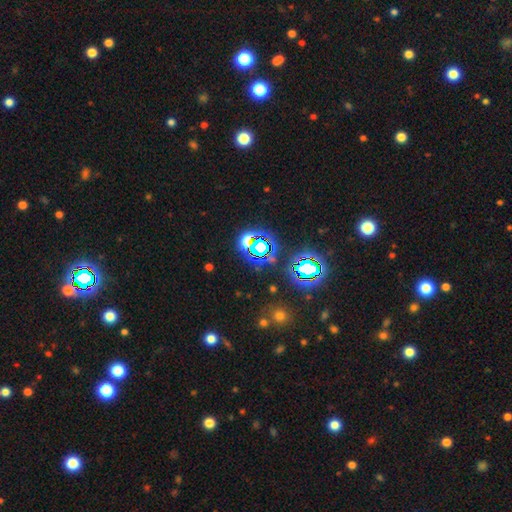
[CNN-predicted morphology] Overall: star or artifact (73%).